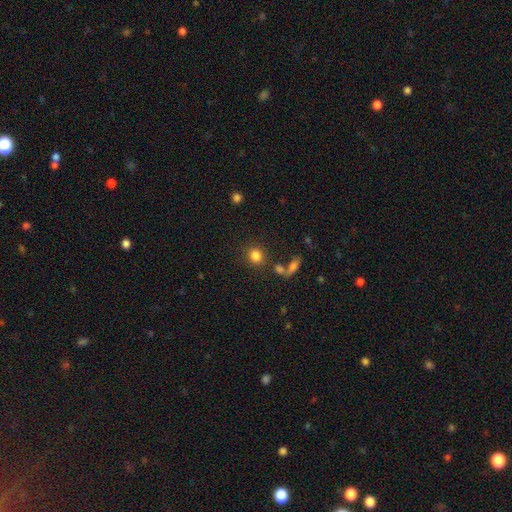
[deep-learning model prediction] A smooth galaxy with no disk features (83%) that is round (79%). Merging: none (75%).